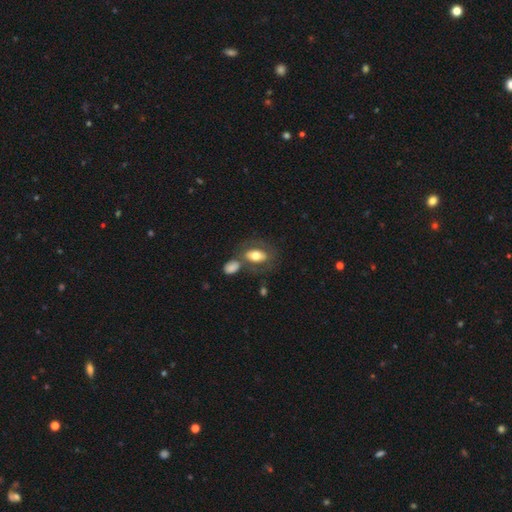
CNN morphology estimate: A smooth galaxy with no disk features (61%) that is in between round and cigar-shaped (85%). Merging: none (51%).